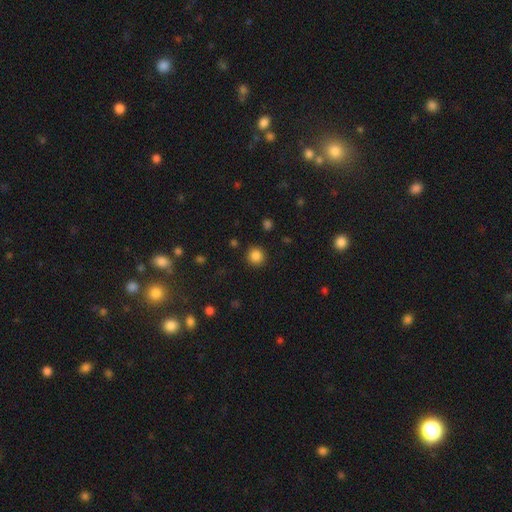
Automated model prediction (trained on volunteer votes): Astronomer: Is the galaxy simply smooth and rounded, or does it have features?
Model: smooth — 85%.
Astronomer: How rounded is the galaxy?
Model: round — 93%.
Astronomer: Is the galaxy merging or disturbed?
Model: none — 90%.